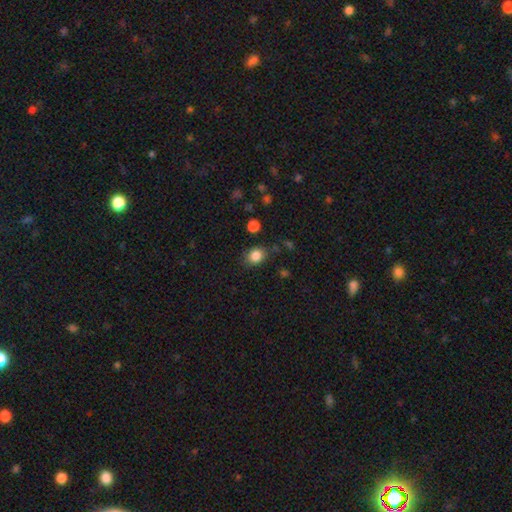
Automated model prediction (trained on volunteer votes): Smooth or featured?
  - smooth: 85% *
  - star or artifact: 10%
  - featured or disk: 5%
How rounded?
  - round: 58% *
  - in between: 41%
  - cigar-shaped: 1%
Merging?
  - none: 79% *
  - minor disturbance: 14%
  - major disturbance: 4%
  - merger: 3%